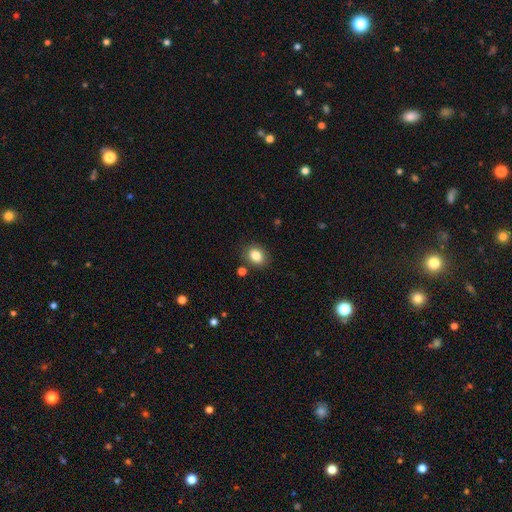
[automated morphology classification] Smooth or featured: smooth — 84% (star or artifact — 10%)
How rounded: in between — 55% (round — 44%)
Merging: none — 83% (minor disturbance — 10%)